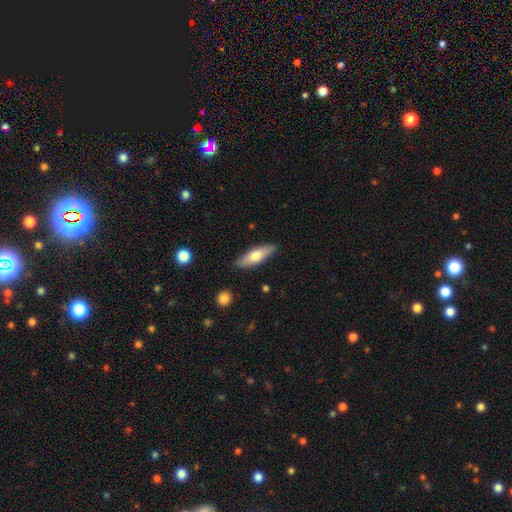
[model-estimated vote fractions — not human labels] This is likely a smooth galaxy (66%). How rounded: possibly in between (54%). Merging: clearly none (86%).